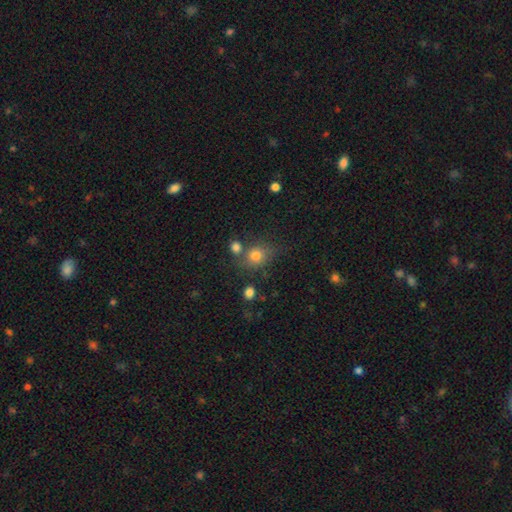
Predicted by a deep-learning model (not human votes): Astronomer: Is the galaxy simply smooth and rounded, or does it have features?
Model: smooth — 77%.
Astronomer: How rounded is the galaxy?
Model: round — 73%.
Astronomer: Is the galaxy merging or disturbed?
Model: none — 61%.